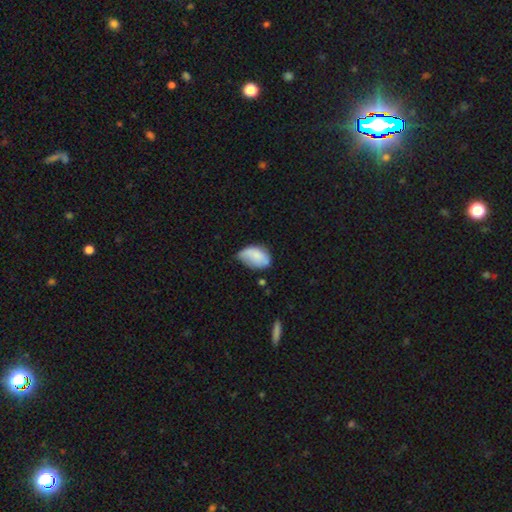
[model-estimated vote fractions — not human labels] Q: Smooth or featured?
A: smooth (77%); runner-up: featured or disk (16%)
Q: How rounded?
A: in between (89%); runner-up: round (10%)
Q: Merging?
A: minor disturbance (46%); runner-up: none (35%)